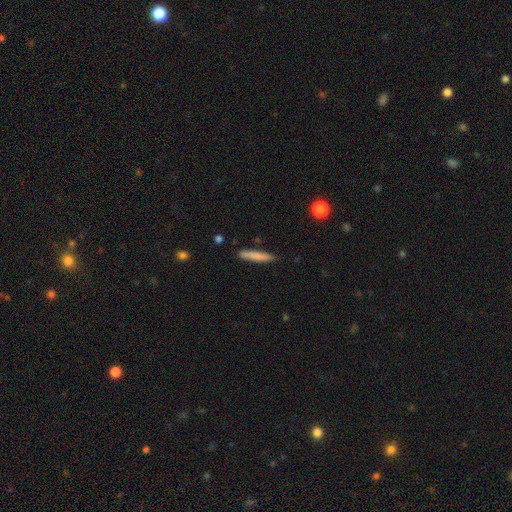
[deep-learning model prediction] Overall: smooth (81%). How rounded: cigar-shaped (92%). Merging: none (85%).